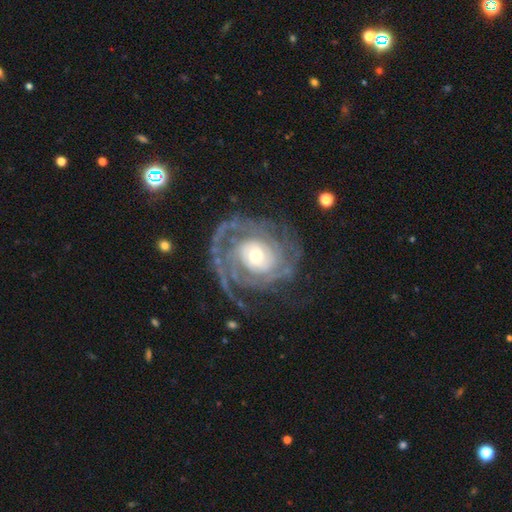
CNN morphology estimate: Smooth or featured?
  - featured or disk: 89% *
  - smooth: 6%
  - star or artifact: 5%
Edge-on disk?
  - no: 97% *
  - yes: 3%
Bar?
  - no: 69% *
  - weak: 23%
  - strong: 8%
Spiral arms?
  - yes: 96% *
  - no: 4%
Spiral winding?
  - tight: 67% *
  - medium: 25%
  - loose: 8%
Spiral arm count?
  - can't tell: 27% * (tied)
  - 2: 27% * (tied)
  - 3: 19%
  - 4: 11%
  - more than 4: 8%
  - 1: 8%
Bulge size?
  - moderate: 52% *
  - small: 33%
  - large: 13%
  - dominant: 1%
  - none: 1%
Merging?
  - none: 68% *
  - minor disturbance: 15%
  - major disturbance: 15%
  - merger: 2%